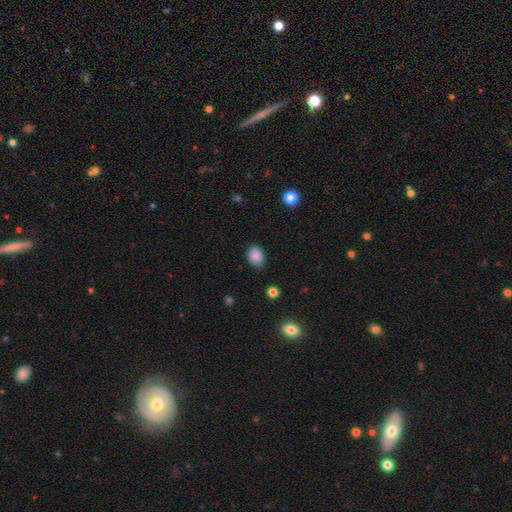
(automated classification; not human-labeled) A smooth galaxy with no disk features (86%) that is in between round and cigar-shaped (67%). Merging: none (83%).